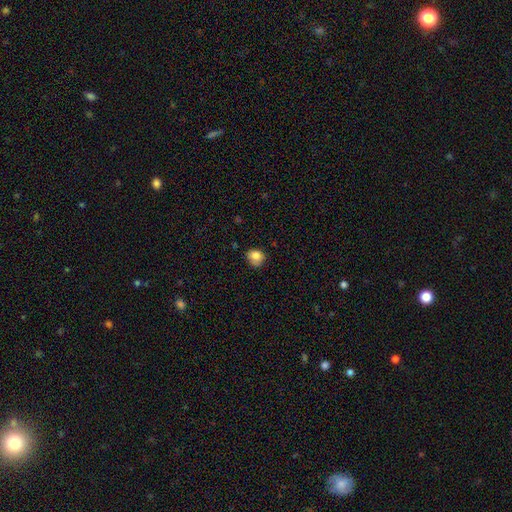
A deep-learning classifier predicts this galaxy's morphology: The model was most divided on "how rounded": round: 62%, in between: 37%, cigar-shaped: 1%. More confident: smooth or featured — smooth (79%); merging — none (58%).